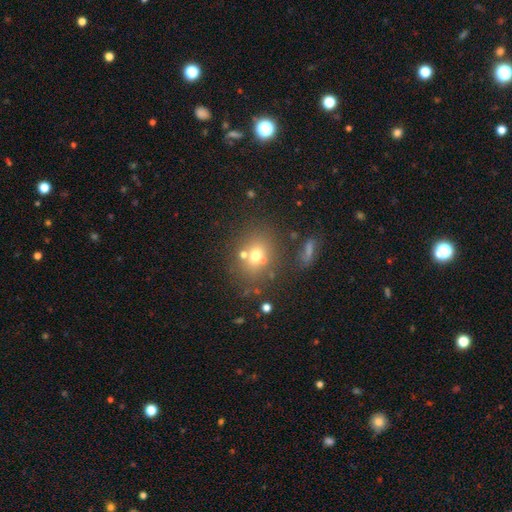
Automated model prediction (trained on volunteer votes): Overall: smooth (66%). How rounded: round (63%; in between 36%). Merging: none (67%).